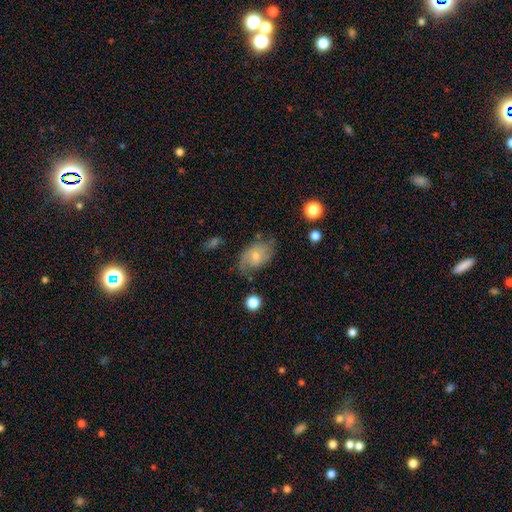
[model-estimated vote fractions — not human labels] smooth_or_featured: featured or disk (p=0.54) [alt: smooth p=0.38]
disk_edge_on: no (p=0.95) [alt: yes p=0.05]
bar: no (p=0.63) [alt: weak p=0.33]
has_spiral_arms: yes (p=0.82) [alt: no p=0.18]
bulge_size: small (p=0.49) [alt: moderate p=0.42]
merging: none (p=0.59) [alt: minor disturbance p=0.26]